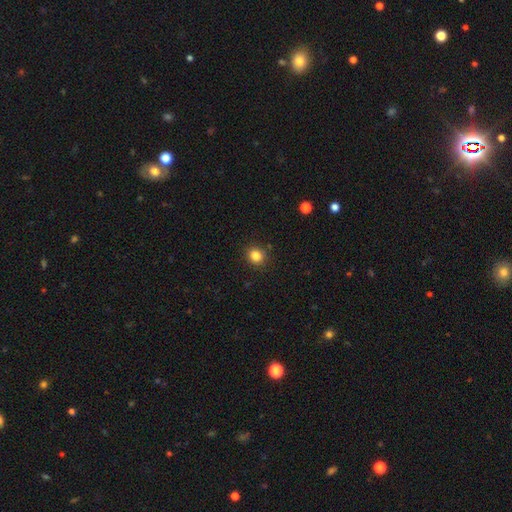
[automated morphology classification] The model was most divided on "how rounded": round: 79%, in between: 20%, cigar-shaped: 1%. More confident: merging — none (89%); smooth or featured — smooth (84%).